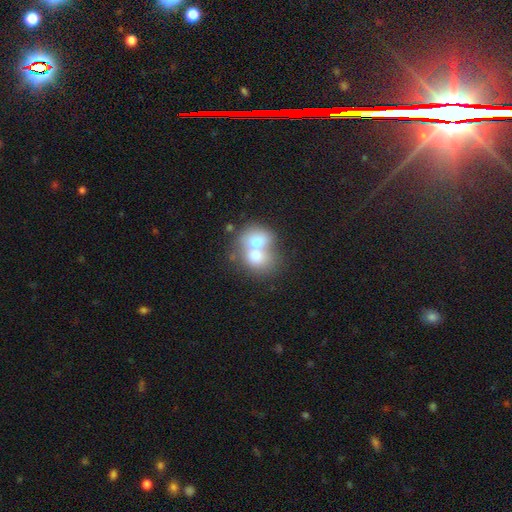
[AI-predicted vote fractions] smooth-or-featured: smooth: 66% | featured or disk: 25% | star or artifact: 9%
  how-rounded: round: 57% | in between: 42% | cigar-shaped: 1%
  merging: merger: 75% | none: 16% | minor disturbance: 5% | major disturbance: 4%